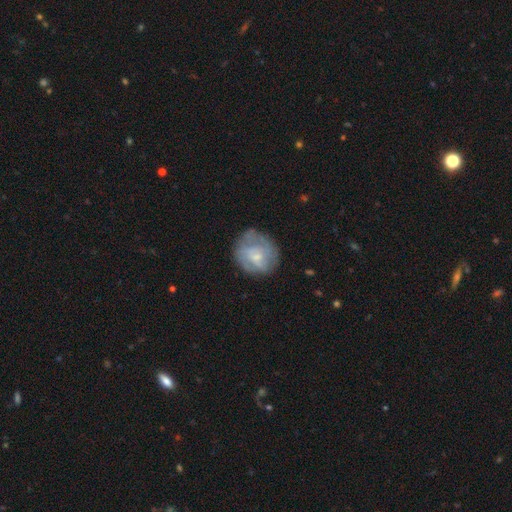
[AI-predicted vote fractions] smooth_or_featured: featured or disk (p=0.50) [alt: smooth p=0.42]
disk_edge_on: no (p=0.97) [alt: yes p=0.03]
merging: none (p=0.63) [alt: minor disturbance p=0.24]